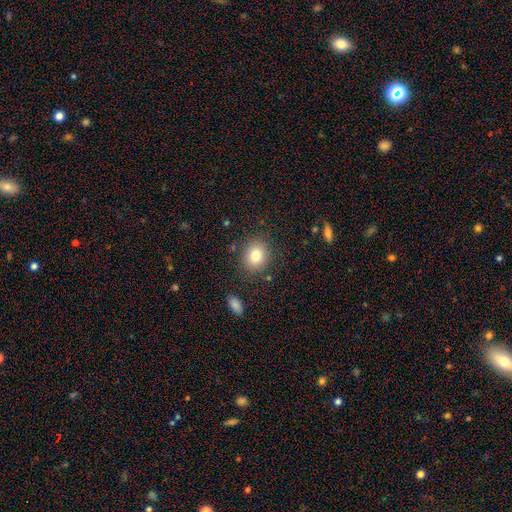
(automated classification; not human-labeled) This appears to be a smooth galaxy with no disk features (80%) that is round (67%). Merging: none (85%).